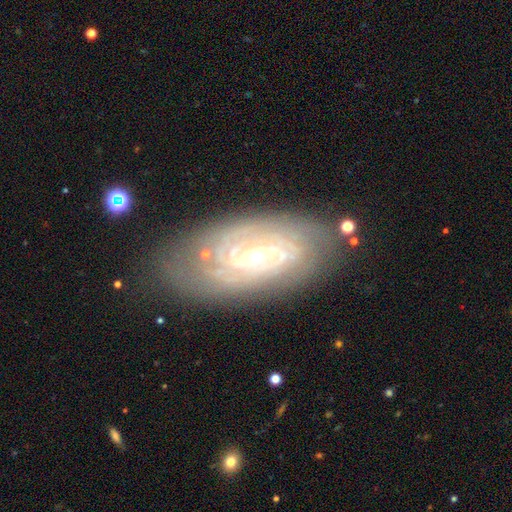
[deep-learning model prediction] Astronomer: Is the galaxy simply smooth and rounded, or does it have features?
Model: featured or disk — 85%.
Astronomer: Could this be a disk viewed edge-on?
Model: no — 94%.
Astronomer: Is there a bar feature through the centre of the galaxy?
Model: weak — 45% (runner-up: no, 28%).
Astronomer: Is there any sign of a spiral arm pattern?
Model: yes — 95%.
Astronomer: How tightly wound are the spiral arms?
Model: tight — 72%.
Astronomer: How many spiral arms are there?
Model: can't tell — 33% (runner-up: 2, 29%).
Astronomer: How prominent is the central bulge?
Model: small — 58% (runner-up: moderate, 38%).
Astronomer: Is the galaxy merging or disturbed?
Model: none — 77%.